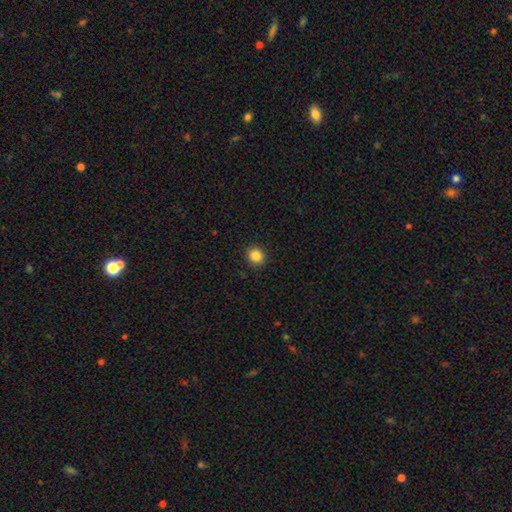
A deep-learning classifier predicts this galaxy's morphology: smooth-or-featured: smooth: 86% | star or artifact: 10% | featured or disk: 4%
  how-rounded: round: 85% | in between: 15% | cigar-shaped: 1%
  merging: none: 92% | minor disturbance: 6% | major disturbance: 2% | merger: 1%